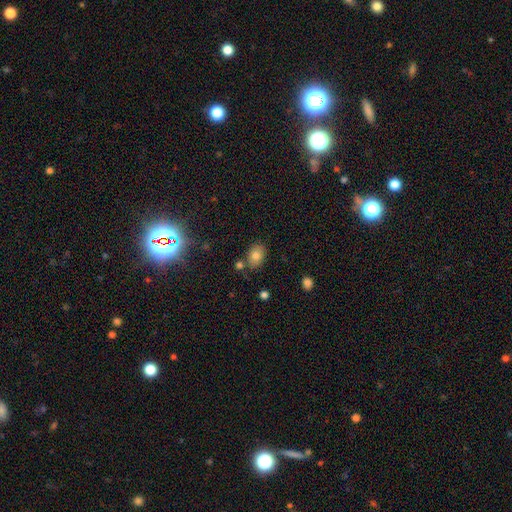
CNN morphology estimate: smooth 79%, star or artifact 11%, featured or disk 11%. Down the decision tree: how rounded — in between (76%); merging — none (74%).